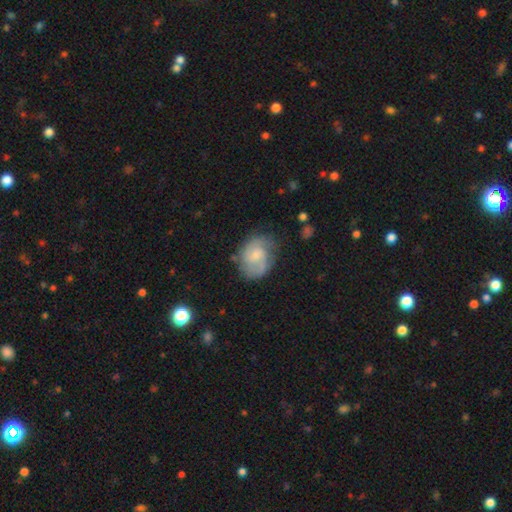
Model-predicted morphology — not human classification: featured or disk 64%, smooth 29%, star or artifact 7%. Down the decision tree: edge-on disk — no (98%); bar — no (54%); spiral arms — yes (89%); spiral arm count — 2 (69%); spiral winding — medium (46%); bulge size — small (39%); merging — none (63%).